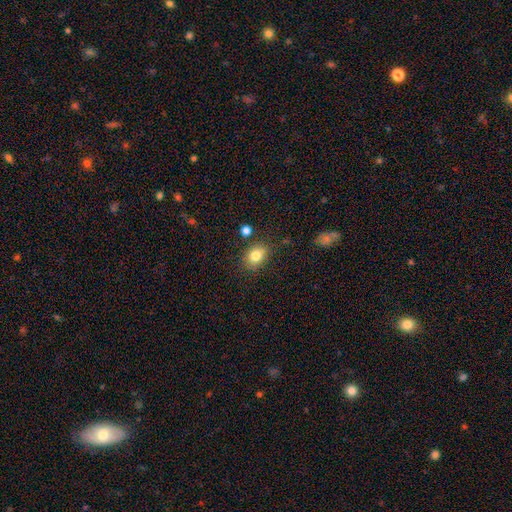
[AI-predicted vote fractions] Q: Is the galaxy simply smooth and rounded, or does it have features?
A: smooth — 81%.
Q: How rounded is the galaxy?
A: in between — 67%.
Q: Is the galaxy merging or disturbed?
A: none — 78%.